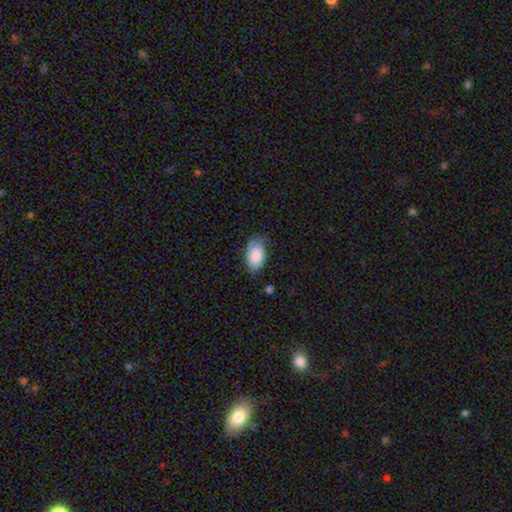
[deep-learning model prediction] Morphology: type=smooth (83%); roundness=in between (94%); merging=none (63%).